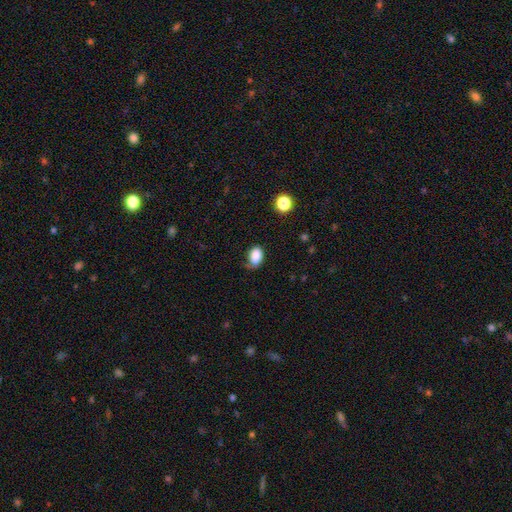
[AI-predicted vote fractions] This appears to be a smooth galaxy with no disk features (85%) that is in between round and cigar-shaped (83%). Merging: none (56%).